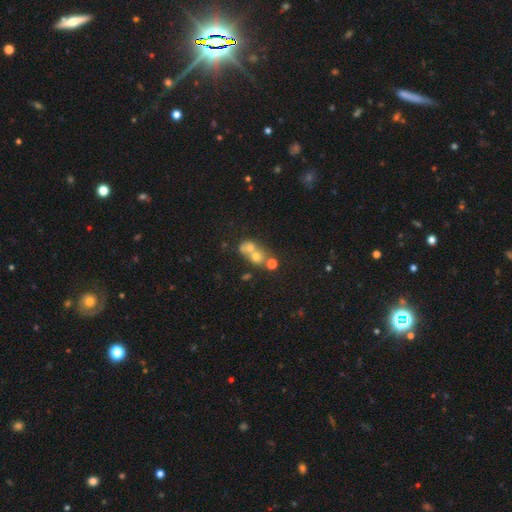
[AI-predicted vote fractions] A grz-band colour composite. It shows a smooth galaxy with no disk features (55%) that is round (70%). Merging: merger (59%).